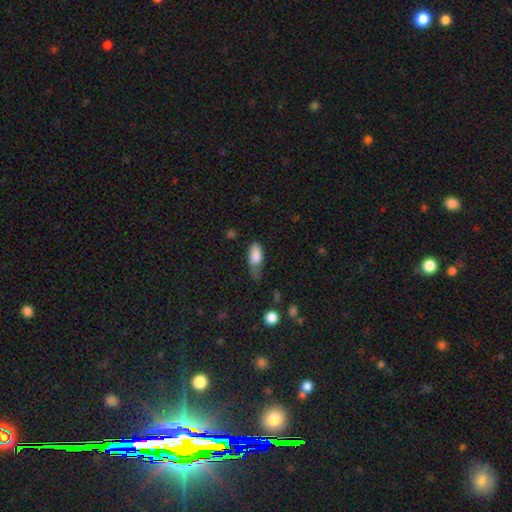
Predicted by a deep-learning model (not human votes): Smooth or featured? smooth (82%)
How rounded? in between (83%)
Merging? minor disturbance (43%)